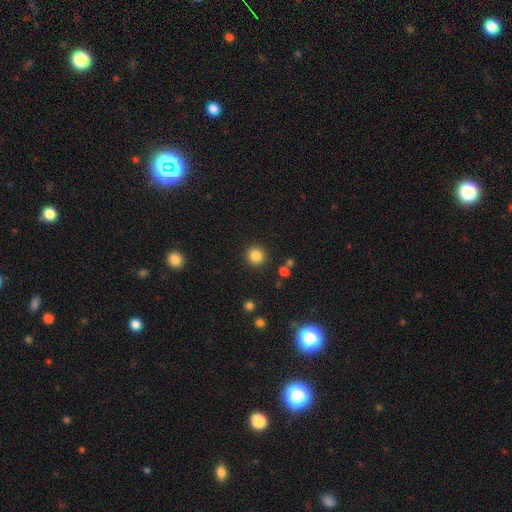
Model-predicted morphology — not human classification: smooth_or_featured: smooth (p=0.85) [alt: star or artifact p=0.11]
how_rounded: round (p=0.94) [alt: in between p=0.05]
merging: none (p=0.91) [alt: minor disturbance p=0.05]